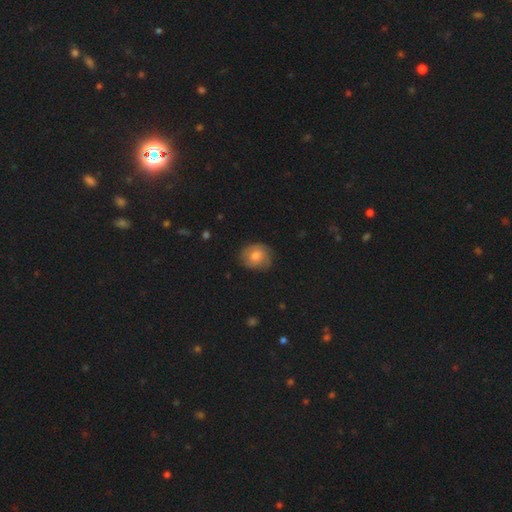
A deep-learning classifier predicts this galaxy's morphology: This is possibly a smooth galaxy (53%). How rounded: likely round (70%). Merging: likely none (75%).